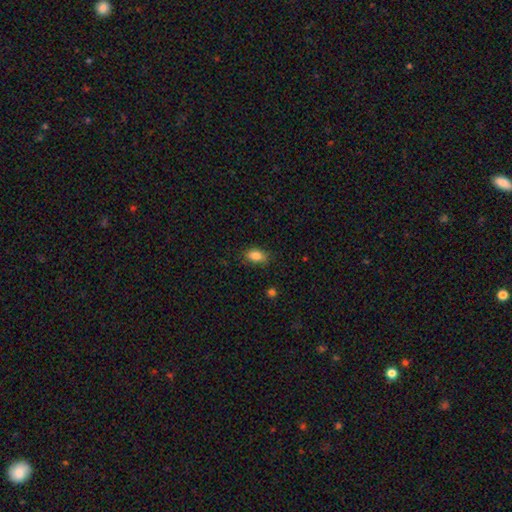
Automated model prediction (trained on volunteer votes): This appears to be a smooth galaxy with no disk features (85%) that is in between round and cigar-shaped (87%). Merging: none (80%).